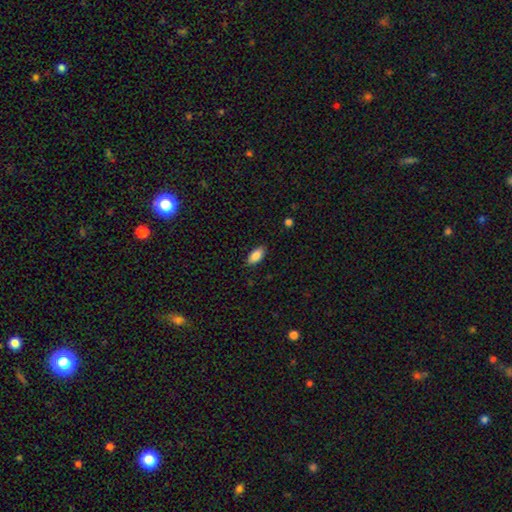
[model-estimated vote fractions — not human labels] A smooth galaxy with no disk features (86%) that is in between round and cigar-shaped (91%). Merging: none (87%).